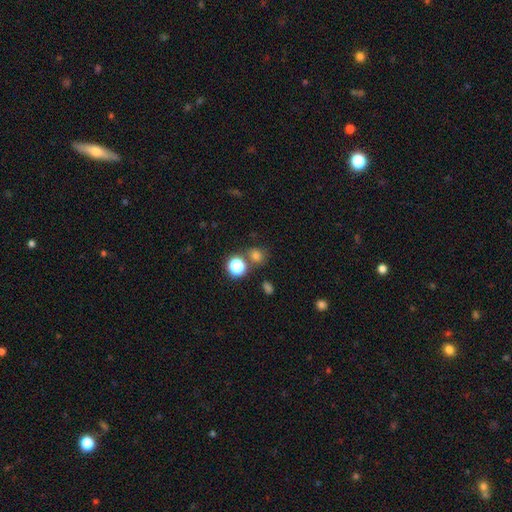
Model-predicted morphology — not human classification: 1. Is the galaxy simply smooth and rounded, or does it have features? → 70% smooth, 23% star or artifact, 7% featured or disk.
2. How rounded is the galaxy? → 77% round, 22% in between, 1% cigar-shaped.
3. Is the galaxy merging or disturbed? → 69% none, 15% merger, 11% minor disturbance, 5% major disturbance.